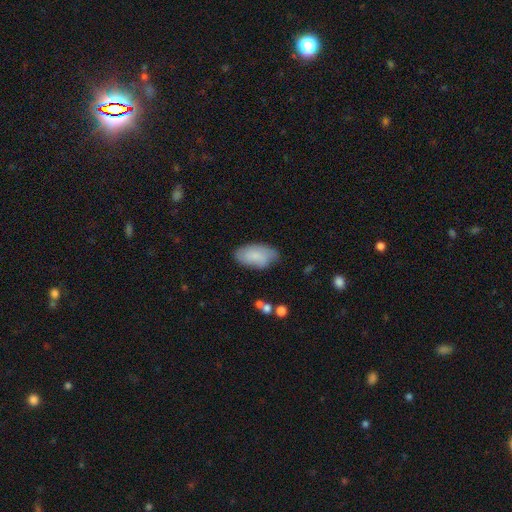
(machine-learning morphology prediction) The model was most divided on "smooth or featured": smooth: 74%, featured or disk: 20%, star or artifact: 6%. More confident: how rounded — in between (94%); merging — none (75%).